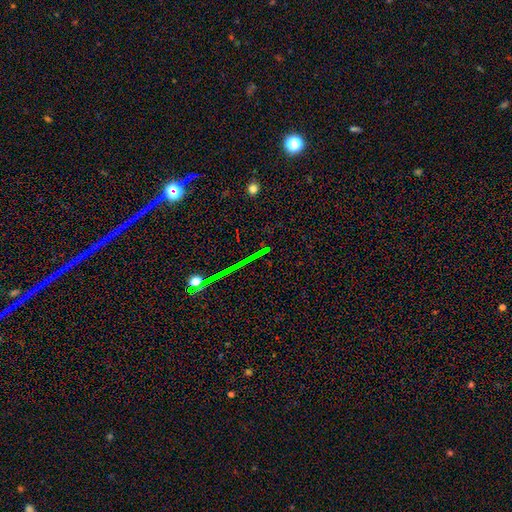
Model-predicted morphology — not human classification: This appears to be a star or artifact, not a galaxy (71%).